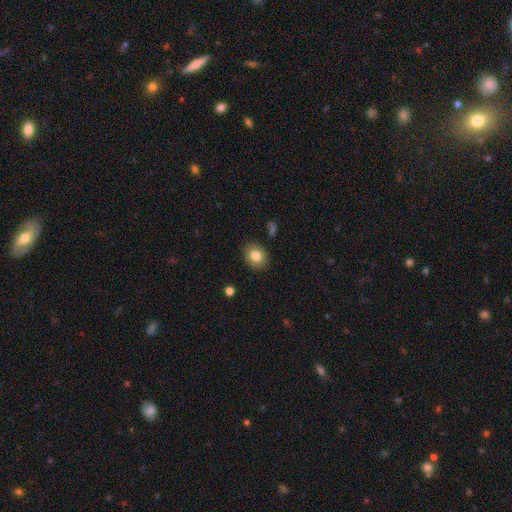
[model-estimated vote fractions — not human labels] Morphology: type=smooth (82%); roundness=round (50%); merging=none (88%).